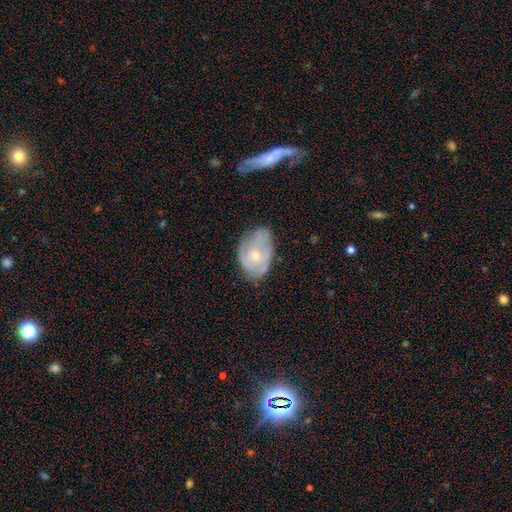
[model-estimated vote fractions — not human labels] Smooth or featured? featured or disk (52%)
Edge-on disk? no (95%)
Merging? none (56%)